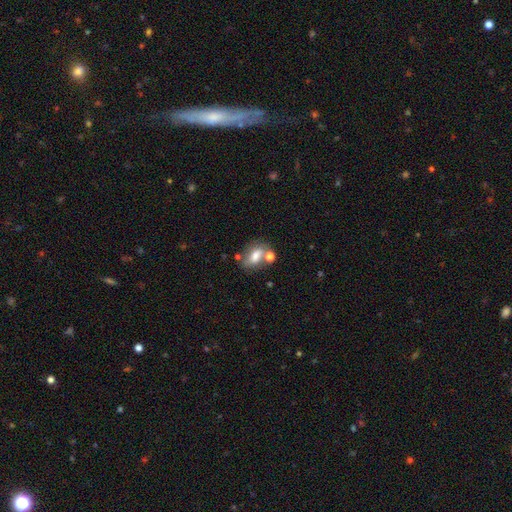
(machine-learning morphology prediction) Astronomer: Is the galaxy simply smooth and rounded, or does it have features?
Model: smooth — 71%.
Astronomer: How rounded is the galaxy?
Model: in between — 80%.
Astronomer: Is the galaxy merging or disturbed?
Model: none — 53%.